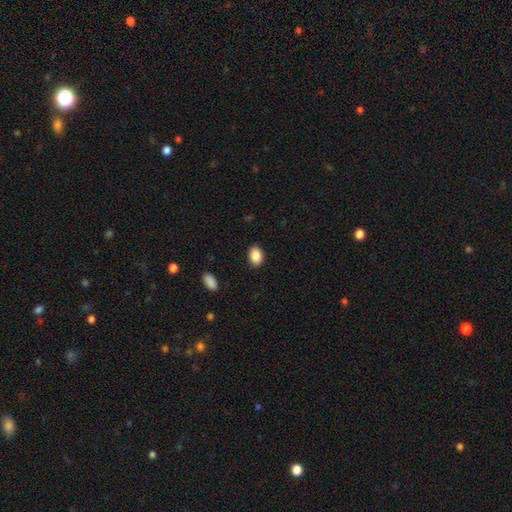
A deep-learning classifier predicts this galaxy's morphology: smooth 89%, star or artifact 8%, featured or disk 4%. Down the decision tree: how rounded — in between (83%); merging — none (88%).